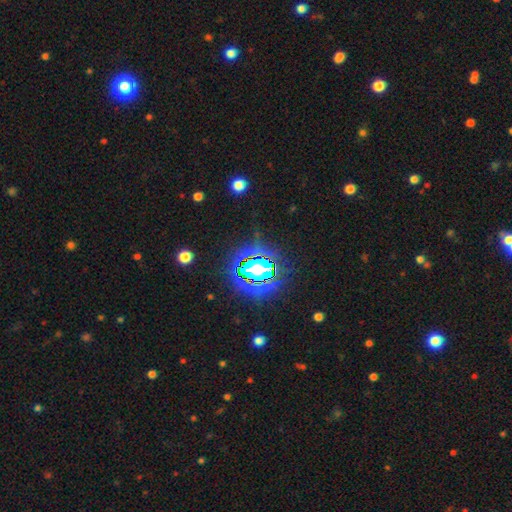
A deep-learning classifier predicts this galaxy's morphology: Q: Smooth or featured?
A: star or artifact (83%); runner-up: smooth (10%)